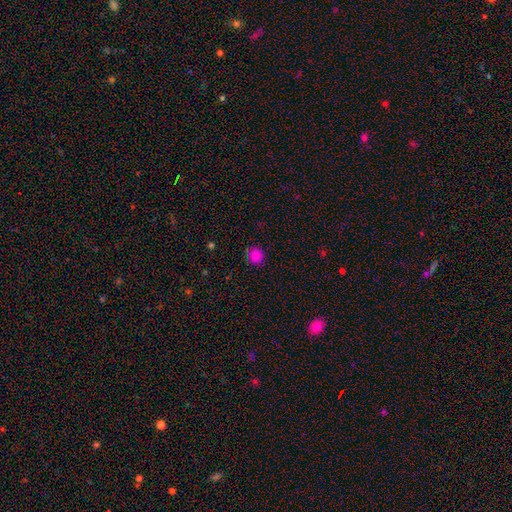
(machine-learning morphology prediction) smooth_or_featured: smooth (p=0.84) [alt: star or artifact p=0.13]
how_rounded: round (p=0.86) [alt: in between p=0.13]
merging: none (p=0.86) [alt: minor disturbance p=0.10]